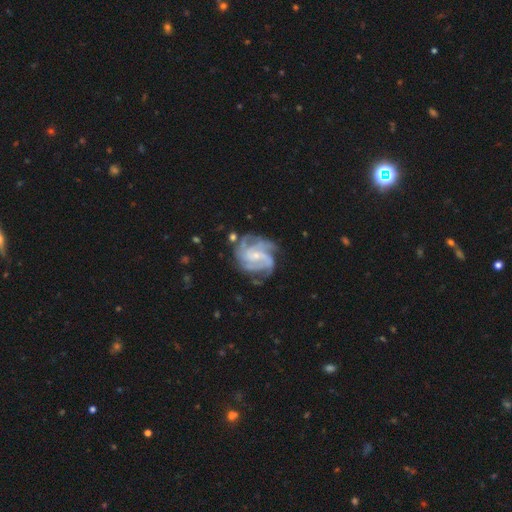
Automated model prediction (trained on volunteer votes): This appears to be a featured or disk galaxy (89%) with no bar (46%), 4 (43%) tight (49%) spiral arms (98%) and a small central bulge (70%). Merging: none (70%).